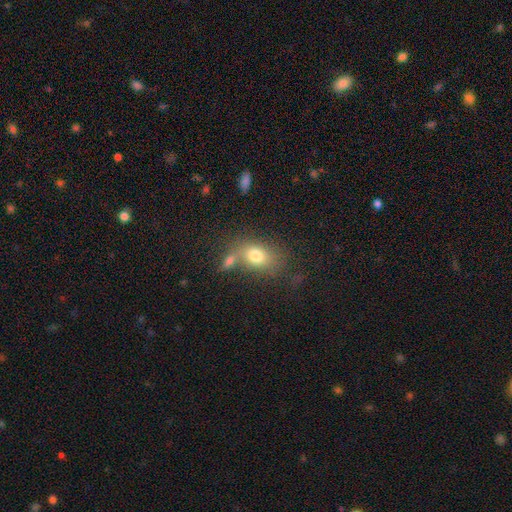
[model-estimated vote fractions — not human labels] Overall: smooth (76%). How rounded: in between (74%). Merging: none (51%; merger 27%).